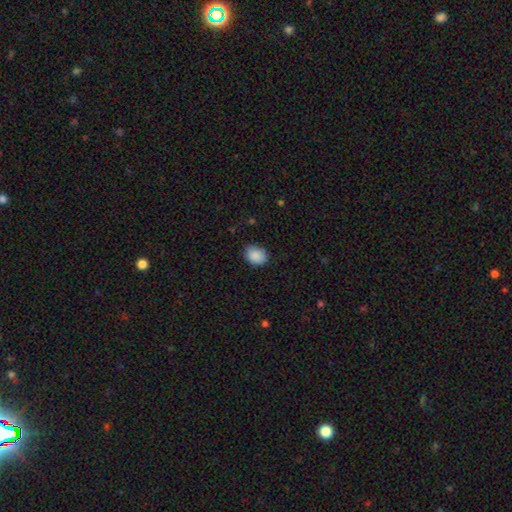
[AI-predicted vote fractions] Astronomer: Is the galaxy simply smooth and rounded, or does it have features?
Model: smooth — 89%.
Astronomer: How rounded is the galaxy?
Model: in between — 61% (runner-up: round, 39%).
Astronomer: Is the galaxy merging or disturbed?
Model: none — 81%.